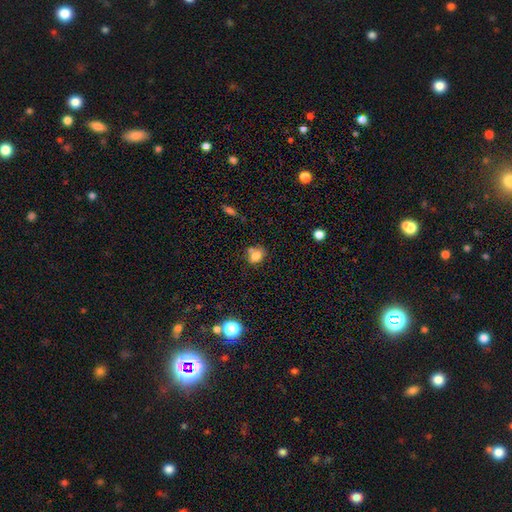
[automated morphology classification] Smooth or featured? smooth (75%)
How rounded? in between (50%)
Merging? none (53%)